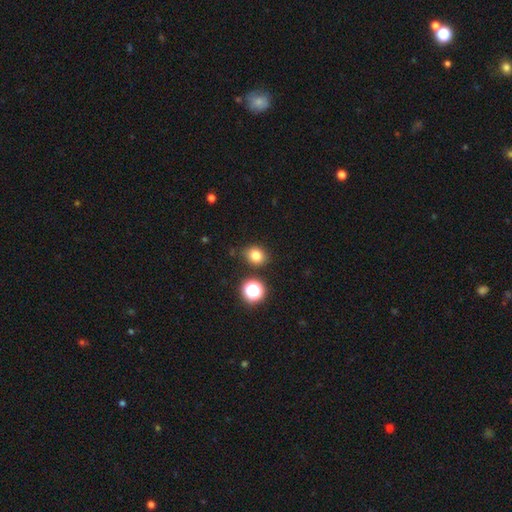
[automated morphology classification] type=smooth (79%); roundness=round (61%); merging=none (82%).